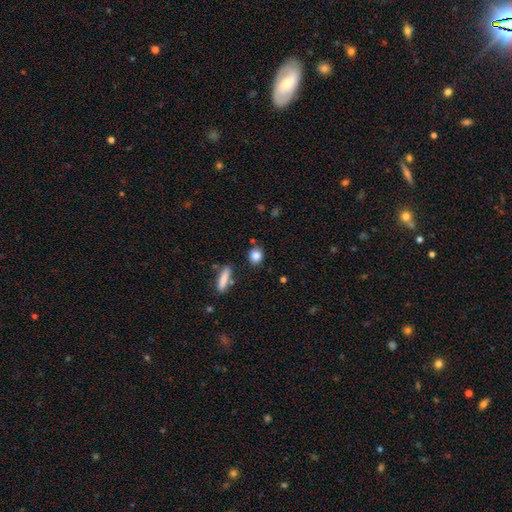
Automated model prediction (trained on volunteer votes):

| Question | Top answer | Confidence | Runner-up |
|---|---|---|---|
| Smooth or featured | smooth | 84% | star or artifact (9%) |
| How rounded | round | 69% | in between (27%) |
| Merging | none | 83% | minor disturbance (10%) |